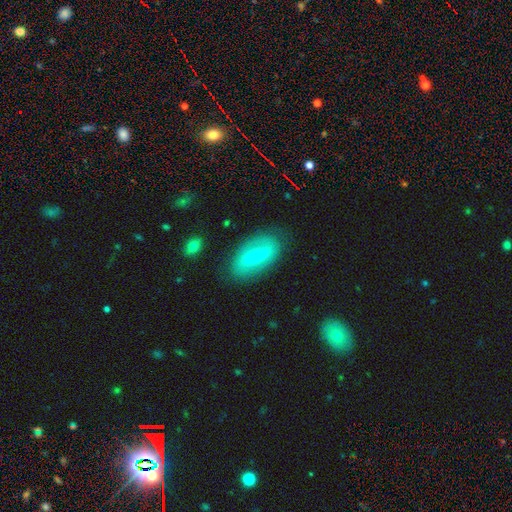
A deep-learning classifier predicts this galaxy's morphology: smooth_or_featured: featured or disk (p=0.75) [alt: smooth p=0.19]
disk_edge_on: no (p=0.91) [alt: yes p=0.09]
bar: strong (p=0.48) [alt: weak p=0.32]
has_spiral_arms: yes (p=0.79) [alt: no p=0.21]
spiral_winding: loose (p=0.59) [alt: medium p=0.28]
spiral_arm_count: 2 (p=0.87) [alt: can't tell p=0.07]
bulge_size: small (p=0.63) [alt: moderate p=0.33]
merging: none (p=0.82) [alt: minor disturbance p=0.13]